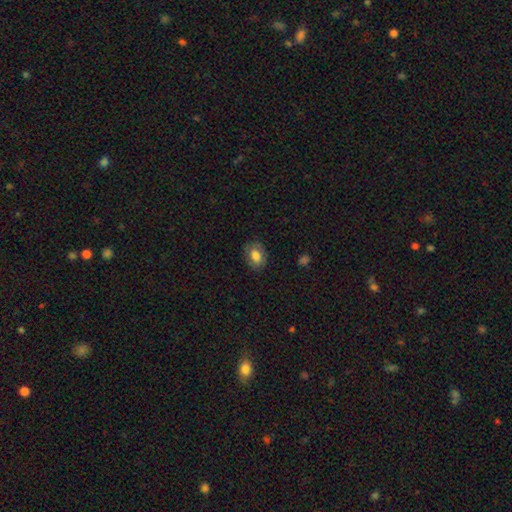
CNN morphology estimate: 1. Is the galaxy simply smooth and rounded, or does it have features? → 74% smooth, 18% featured or disk, 8% star or artifact.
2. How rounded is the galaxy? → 74% in between, 25% round, 1% cigar-shaped.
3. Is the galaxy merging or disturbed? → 82% none, 13% minor disturbance, 4% major disturbance, 1% merger.